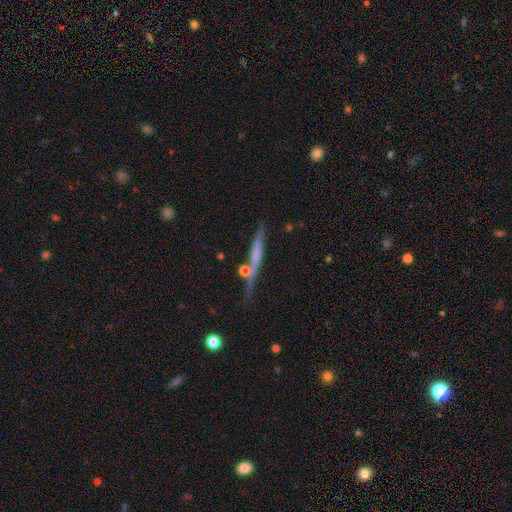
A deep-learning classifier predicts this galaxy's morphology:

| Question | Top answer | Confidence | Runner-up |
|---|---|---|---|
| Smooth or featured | featured or disk | 57% | smooth (35%) |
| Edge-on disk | yes | 95% | no (5%) |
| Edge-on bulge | none | 67% | rounded (22%) |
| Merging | none | 74% | minor disturbance (14%) |